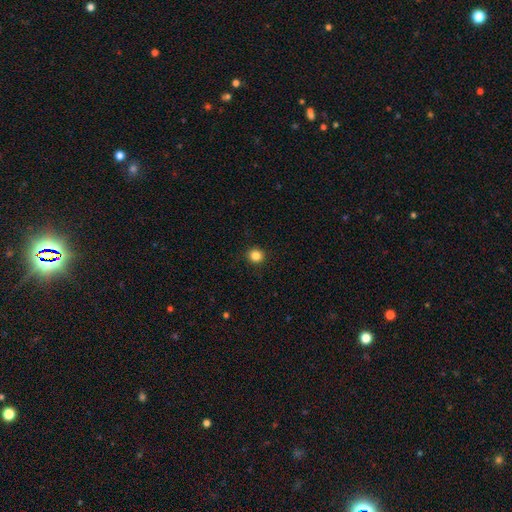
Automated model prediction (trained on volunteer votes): Smooth or featured: smooth — 85% (star or artifact — 11%)
How rounded: round — 92% (in between — 7%)
Merging: none — 92% (minor disturbance — 5%)